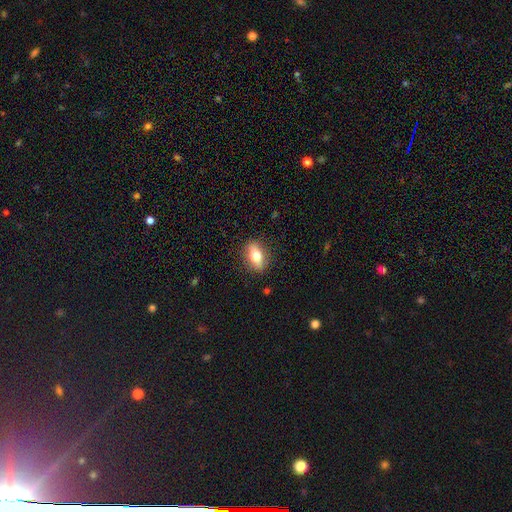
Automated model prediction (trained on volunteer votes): Morphology: type=smooth (62%); roundness=in between (75%); merging=none (86%).